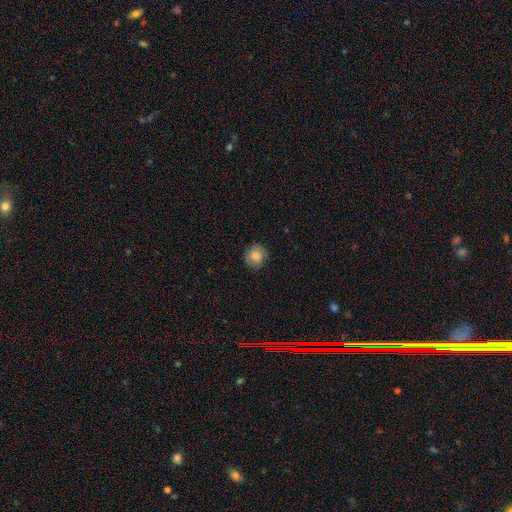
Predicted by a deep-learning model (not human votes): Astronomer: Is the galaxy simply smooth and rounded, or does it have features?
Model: smooth — 83%.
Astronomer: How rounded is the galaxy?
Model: round — 82%.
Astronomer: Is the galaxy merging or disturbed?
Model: none — 82%.